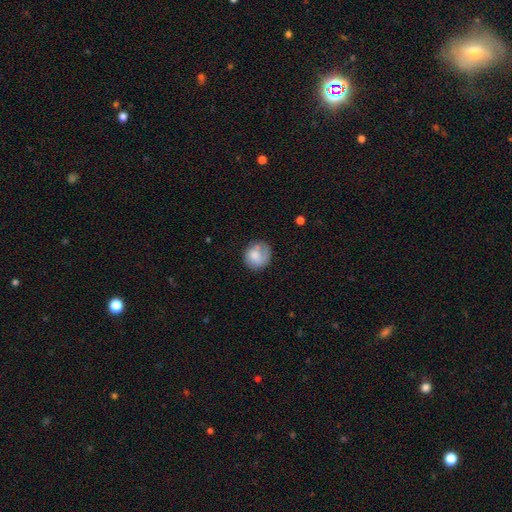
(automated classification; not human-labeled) Morphology: type=smooth (71%); roundness=round (82%); merging=none (63%).